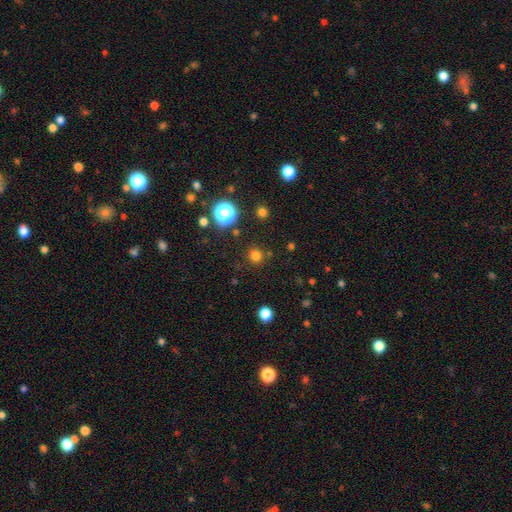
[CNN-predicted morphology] Smooth or featured? smooth (76%)
How rounded? round (93%)
Merging? none (88%)